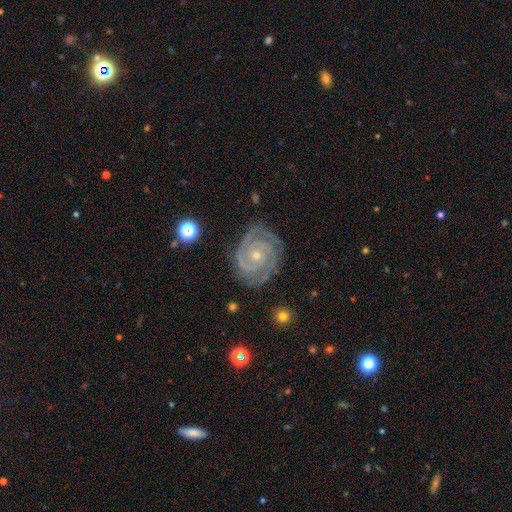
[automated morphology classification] type=featured or disk (92%); edge-on=no (98%); bar=no (74%); spiral arms=yes (99%); winding=tight (80%); arm count=2 (57%); bulge=small (73%); merging=none (80%).